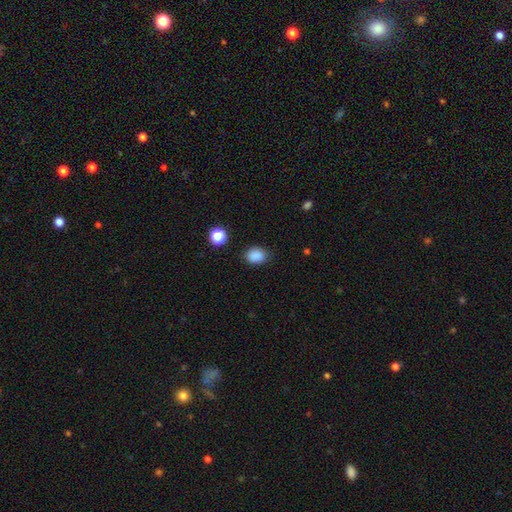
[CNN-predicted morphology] Smooth or featured: smooth — 86% (star or artifact — 10%)
How rounded: in between — 61% (round — 38%)
Merging: none — 81% (minor disturbance — 14%)